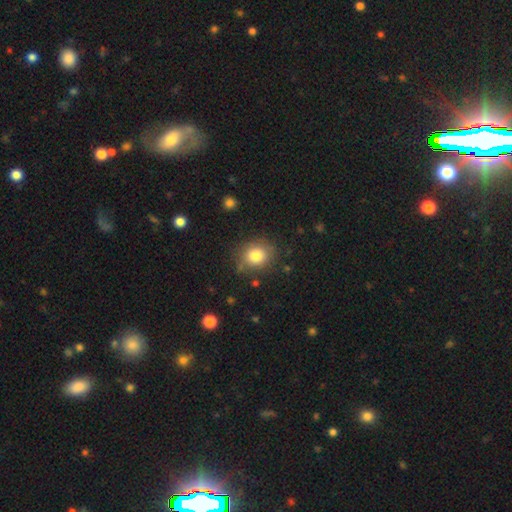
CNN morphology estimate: Smooth or featured? Predicted: smooth (p=0.81). How rounded? Predicted: round (p=0.71). Merging? Predicted: none (p=0.79).